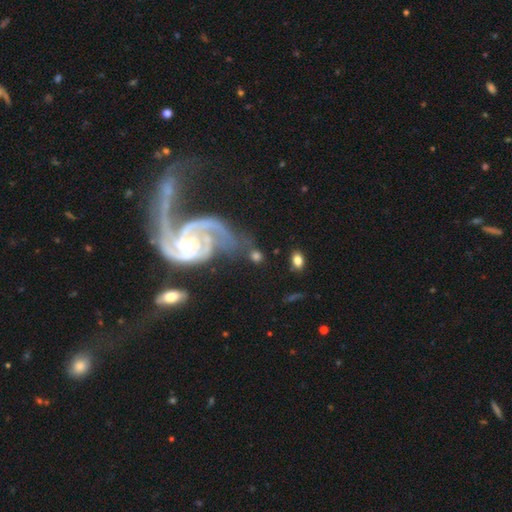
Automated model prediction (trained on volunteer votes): featured or disk 82%, smooth 10%, star or artifact 7%. Down the decision tree: edge-on disk — no (96%); bar — no (51%); spiral arms — yes (96%); spiral arm count — 2 (49%); spiral winding — medium (46%); bulge size — small (57%); merging — none (35%).